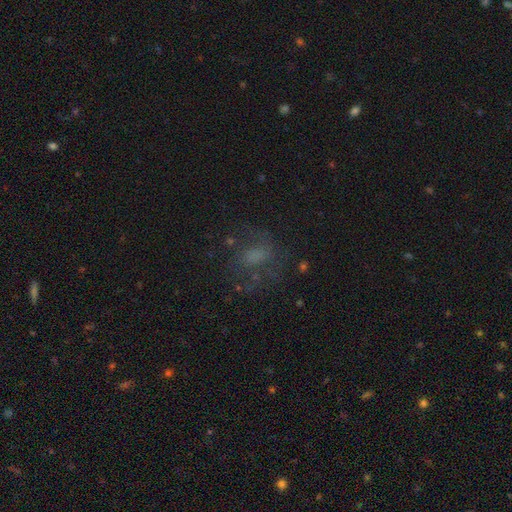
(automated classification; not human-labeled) Smooth or featured? Predicted: smooth (p=0.39). Merging? Predicted: none (p=0.56).